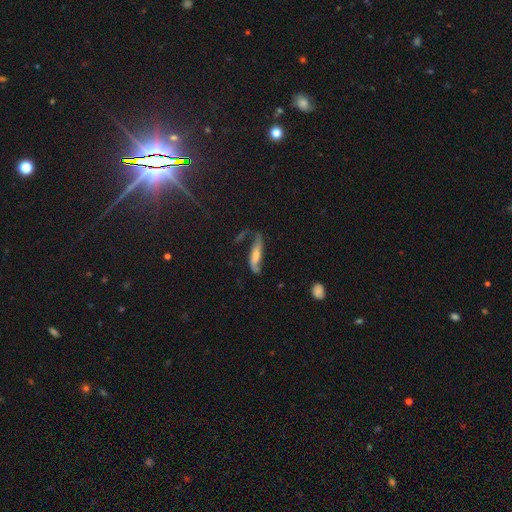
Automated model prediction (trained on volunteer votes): Overall: featured or disk (52%; smooth 40%). Edge-on disk: no (68%; yes 32%). Merging: none (41%; major disturbance 28%).